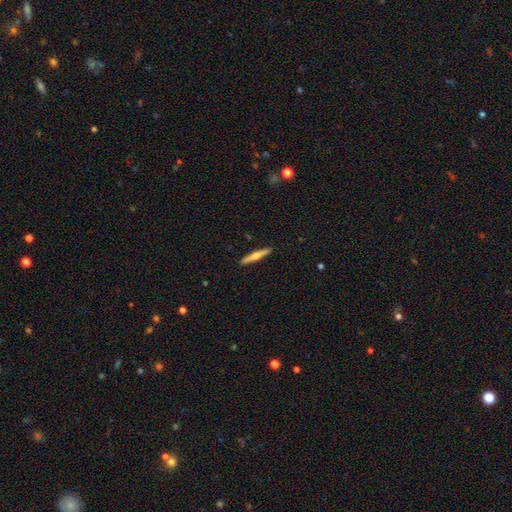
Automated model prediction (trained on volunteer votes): Smooth or featured: smooth — 49% (featured or disk — 45%)
Merging: none — 92% (minor disturbance — 6%)